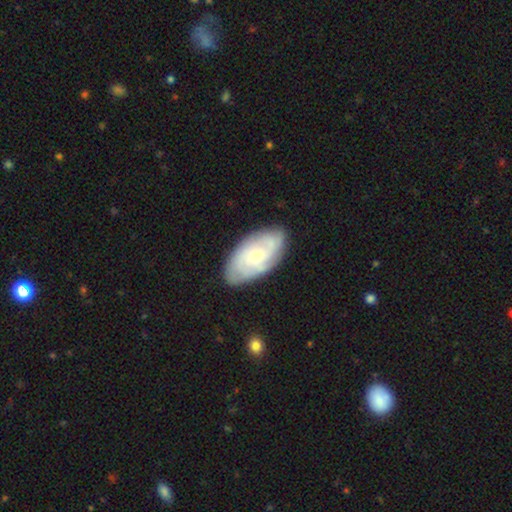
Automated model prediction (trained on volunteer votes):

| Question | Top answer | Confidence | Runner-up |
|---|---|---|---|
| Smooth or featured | featured or disk | 62% | smooth (32%) |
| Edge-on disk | no | 95% | yes (5%) |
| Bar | no | 72% | weak (24%) |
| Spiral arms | yes | 89% | no (11%) |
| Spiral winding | tight | 57% | medium (32%) |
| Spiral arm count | can't tell | 44% | 3 (19%) |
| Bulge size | small | 56% | moderate (35%) |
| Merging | none | 78% | minor disturbance (17%) |